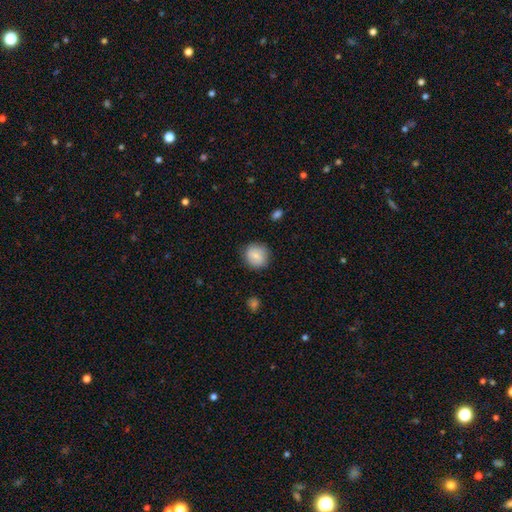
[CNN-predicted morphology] Smooth or featured?
  - smooth: 81% *
  - featured or disk: 12%
  - star or artifact: 8%
How rounded?
  - round: 82% *
  - in between: 17%
  - cigar-shaped: 1%
Merging?
  - none: 82% *
  - minor disturbance: 14%
  - major disturbance: 3%
  - merger: 1%